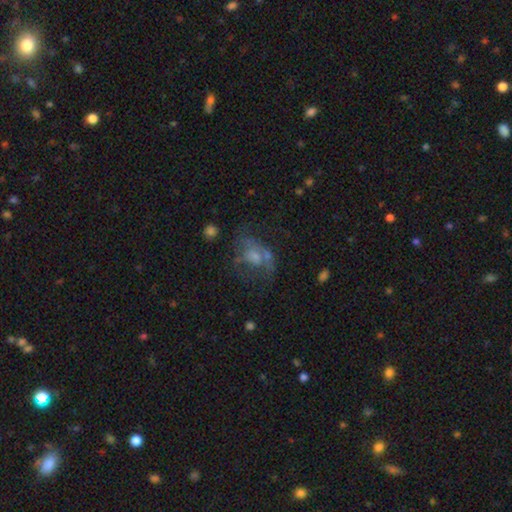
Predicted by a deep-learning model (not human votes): The model was most divided on "merging": major disturbance: 39%, none: 33%, minor disturbance: 20%, merger: 9%. More confident: edge-on disk — no (96%); smooth or featured — featured or disk (51%).